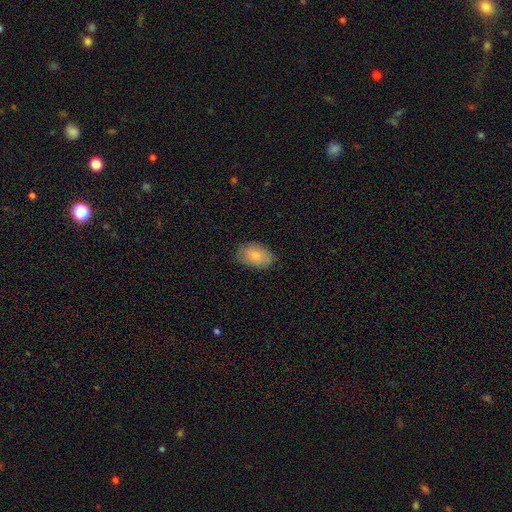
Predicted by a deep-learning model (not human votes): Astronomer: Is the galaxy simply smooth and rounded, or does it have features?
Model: smooth — 80%.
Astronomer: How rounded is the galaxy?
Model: in between — 88%.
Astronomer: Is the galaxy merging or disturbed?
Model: none — 79%.